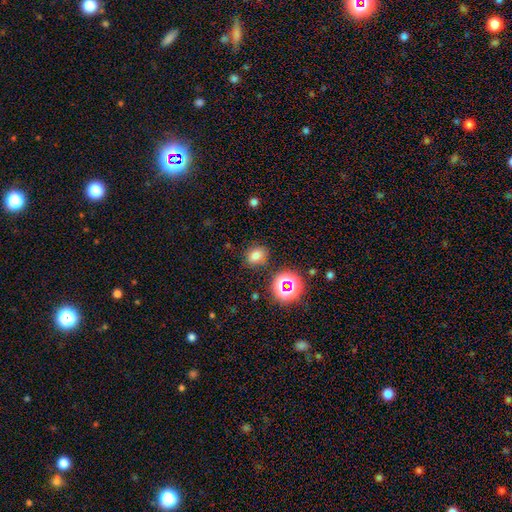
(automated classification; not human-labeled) Overall: smooth (73%). How rounded: round (55%; in between 44%). Merging: none (81%).